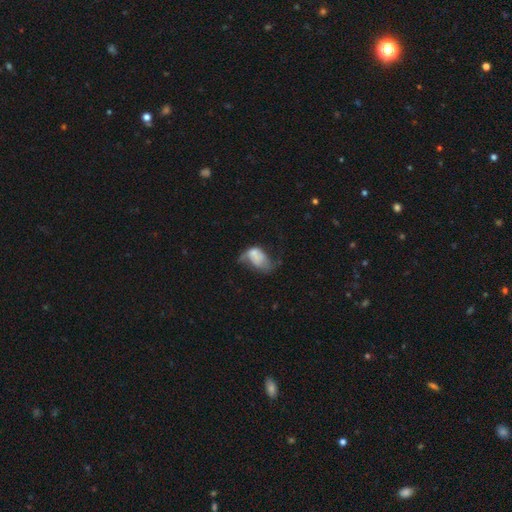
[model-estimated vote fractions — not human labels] smooth-or-featured: smooth: 50% | featured or disk: 40% | star or artifact: 10%
  how-rounded: in between: 87% | round: 12% | cigar-shaped: 2%
  merging: major disturbance: 50% | minor disturbance: 21% | none: 17% | merger: 12%